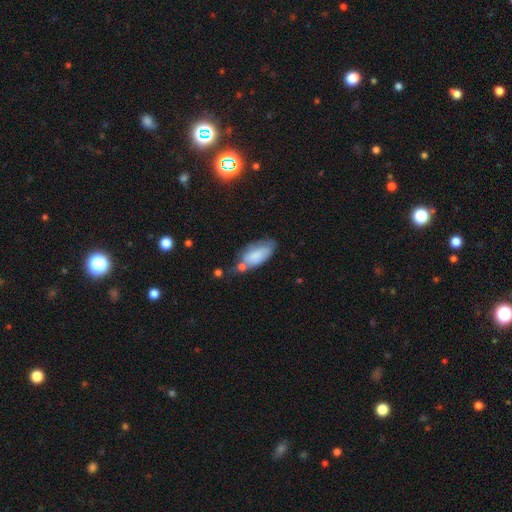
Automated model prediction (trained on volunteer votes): This is likely a smooth galaxy (77%). How rounded: clearly in between (88%). Merging: marginally none (41%).